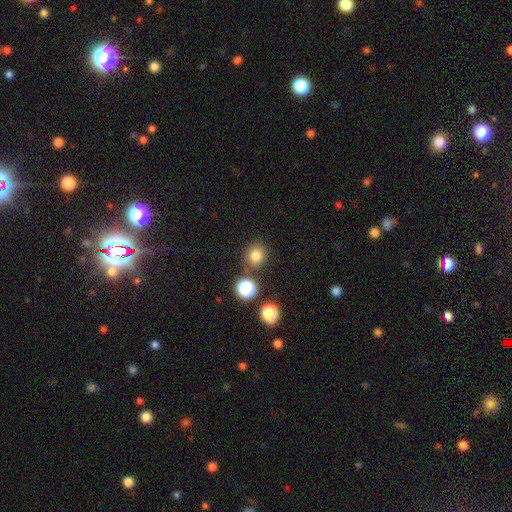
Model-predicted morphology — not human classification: Overall: smooth (79%). How rounded: round (88%). Merging: none (84%).